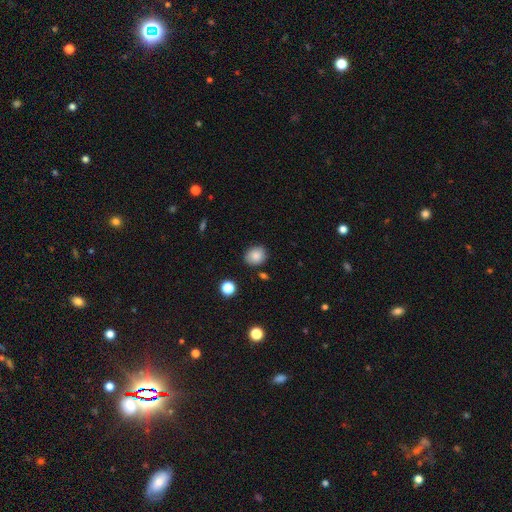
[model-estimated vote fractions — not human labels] Overall: smooth (85%). How rounded: round (61%; in between 38%). Merging: none (84%).